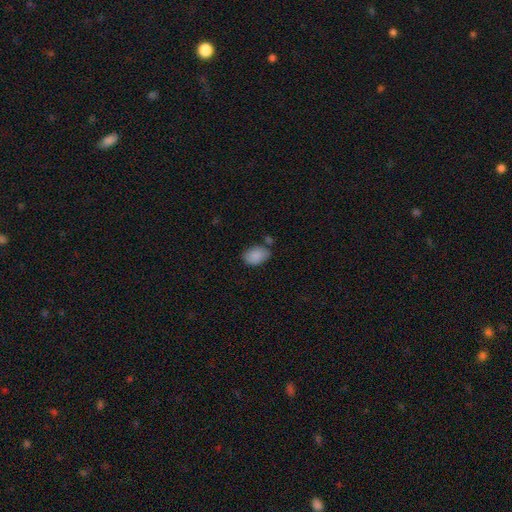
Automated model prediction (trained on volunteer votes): A smooth galaxy with no disk features (88%) that is in between round and cigar-shaped (86%). Merging: none (66%).